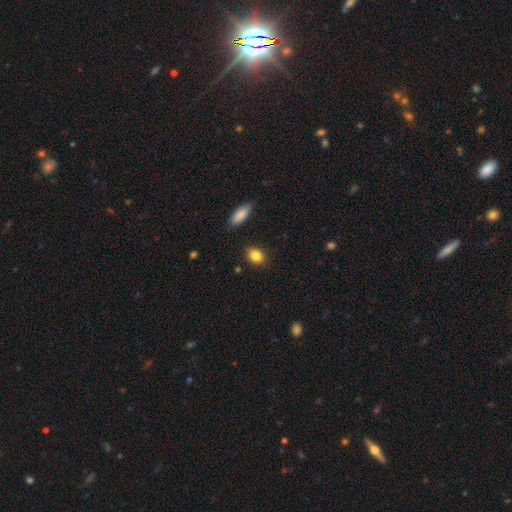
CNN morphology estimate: This is clearly a smooth galaxy (85%). How rounded: likely in between (69%). Merging: clearly none (85%).